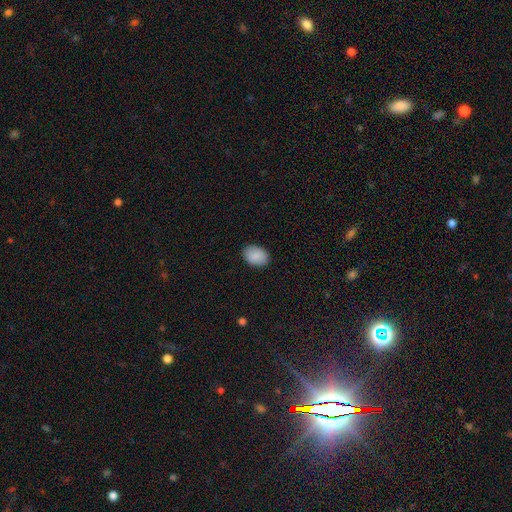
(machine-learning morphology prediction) Overall: smooth (89%). How rounded: in between (83%). Merging: none (89%).